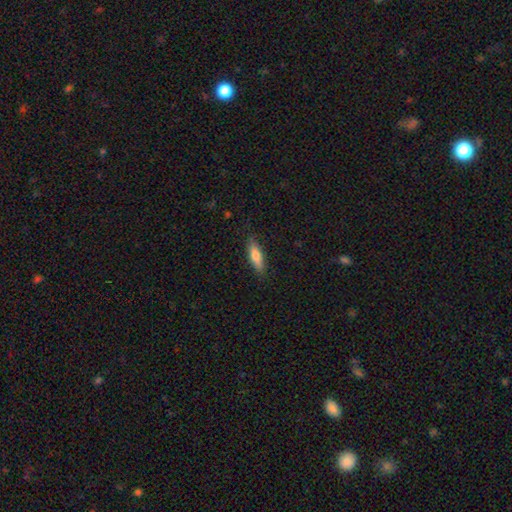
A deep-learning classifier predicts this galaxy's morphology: Smooth or featured? Predicted: smooth (p=0.74). How rounded? Predicted: cigar-shaped (p=0.53). Merging? Predicted: none (p=0.84).